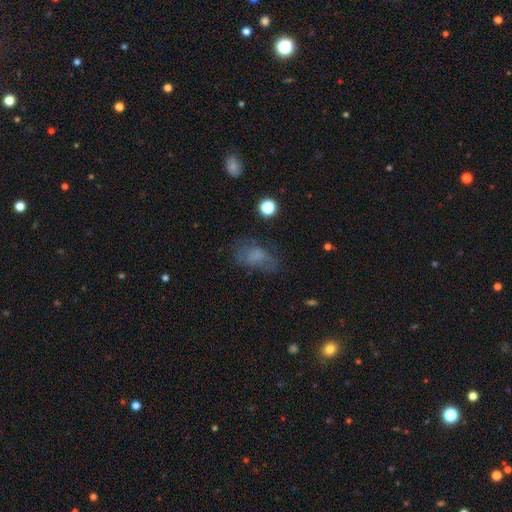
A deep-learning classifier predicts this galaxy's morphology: The model was most divided on "smooth or featured": smooth: 56%, featured or disk: 28%, star or artifact: 16%. More confident: how rounded — in between (84%); merging — none (54%).